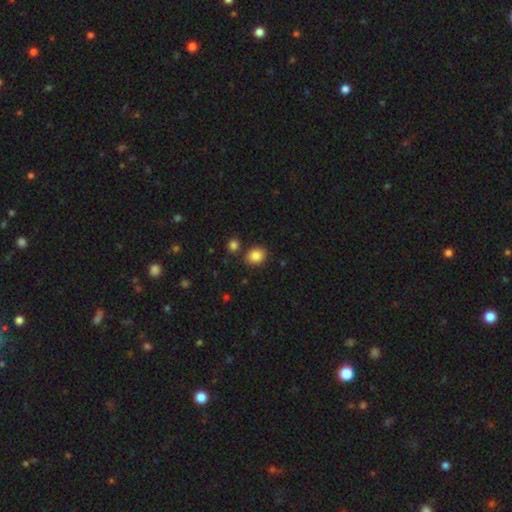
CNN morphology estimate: Overall: smooth (86%). How rounded: round (61%; in between 38%). Merging: none (81%).